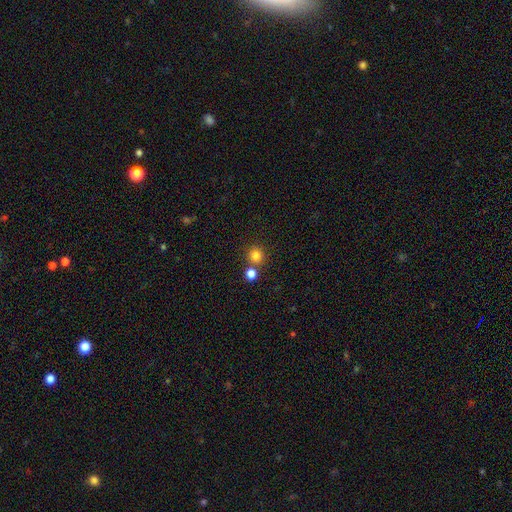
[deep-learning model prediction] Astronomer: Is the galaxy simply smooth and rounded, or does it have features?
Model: smooth — 81%.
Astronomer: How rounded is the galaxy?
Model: round — 92%.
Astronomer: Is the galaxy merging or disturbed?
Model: none — 71%.